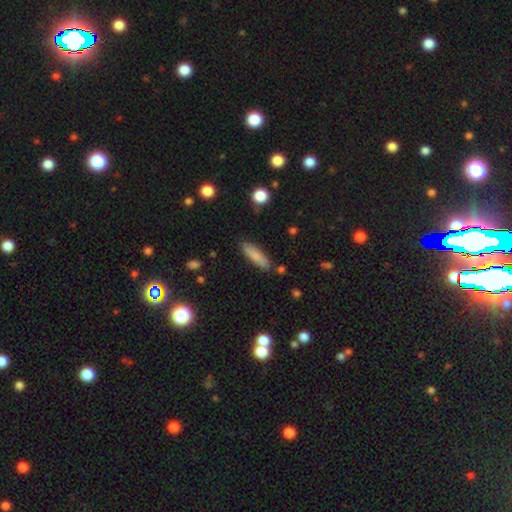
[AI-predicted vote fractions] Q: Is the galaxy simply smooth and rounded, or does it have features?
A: smooth — 80%.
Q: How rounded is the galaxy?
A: cigar-shaped — 68%.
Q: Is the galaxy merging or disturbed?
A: none — 84%.